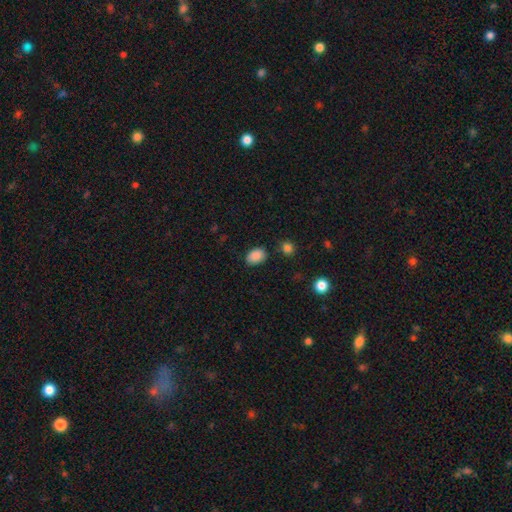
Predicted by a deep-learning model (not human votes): A smooth galaxy with no disk features (88%) that is in between round and cigar-shaped (82%).

Vote fractions:
- Smooth or featured? smooth: 88% / star or artifact: 9% / featured or disk: 4%
- How rounded? in between: 82% / round: 17% / cigar-shaped: 1%
- Merging? none: 78% / minor disturbance: 15% / major disturbance: 4% / merger: 3%